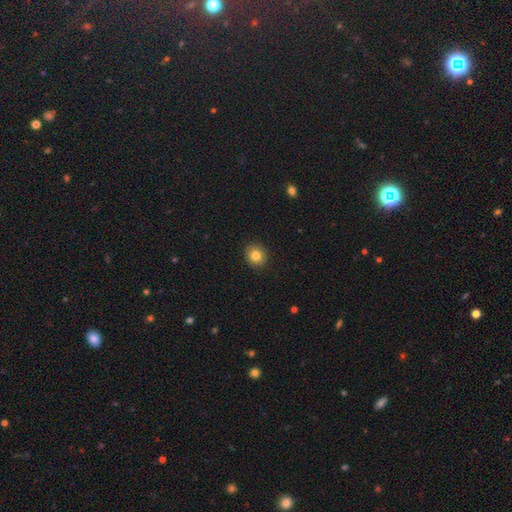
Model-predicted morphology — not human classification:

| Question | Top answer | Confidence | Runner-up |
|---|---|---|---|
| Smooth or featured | smooth | 82% | star or artifact (10%) |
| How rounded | round | 83% | in between (16%) |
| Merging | none | 91% | minor disturbance (7%) |